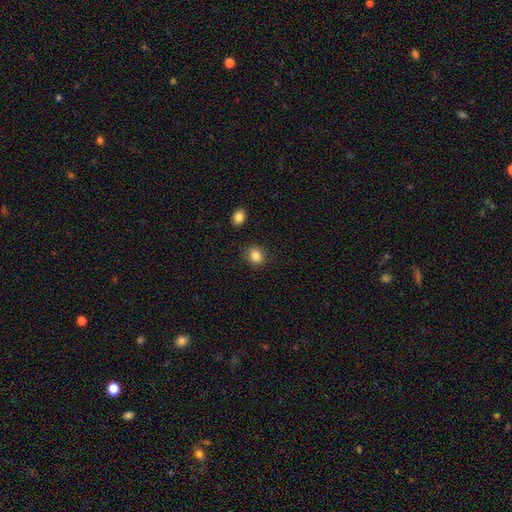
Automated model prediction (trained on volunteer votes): Smooth or featured?
  - smooth: 85% *
  - star or artifact: 10%
  - featured or disk: 5%
How rounded?
  - round: 66% *
  - in between: 33%
  - cigar-shaped: 1%
Merging?
  - none: 84% *
  - minor disturbance: 11%
  - major disturbance: 3%
  - merger: 2%